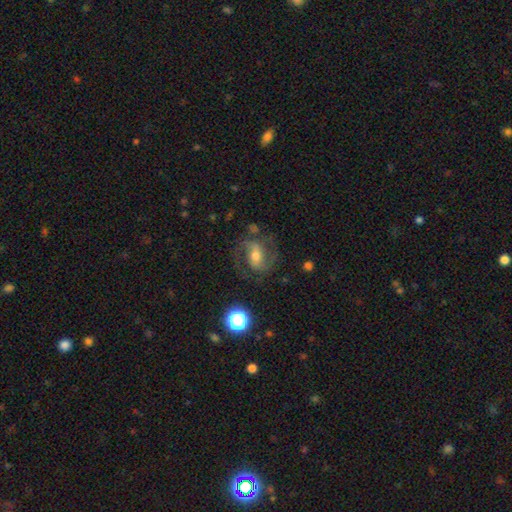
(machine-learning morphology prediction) featured or disk 75%, smooth 16%, star or artifact 10%. Down the decision tree: edge-on disk — no (97%); bar — weak (43%); spiral arms — yes (92%); spiral arm count — 2 (84%); spiral winding — medium (55%); bulge size — moderate (60%); merging — none (67%).